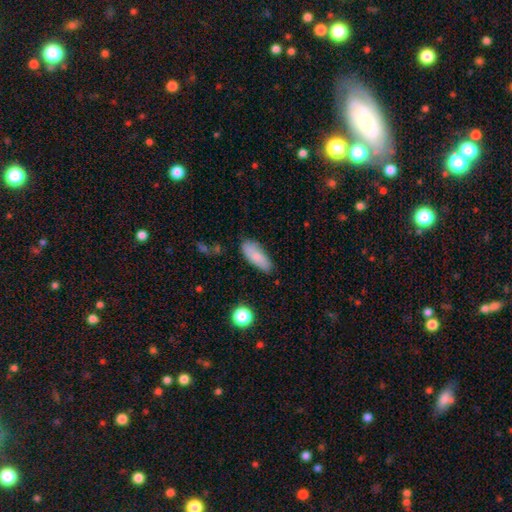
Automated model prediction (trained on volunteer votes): Smooth or featured? Predicted: smooth (p=0.80). How rounded? Predicted: in between (p=0.76). Merging? Predicted: none (p=0.74).